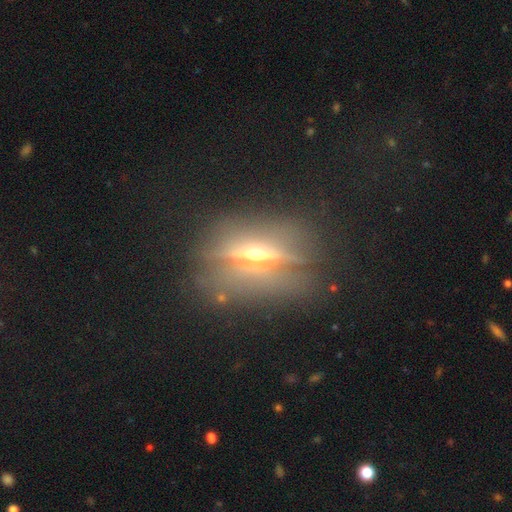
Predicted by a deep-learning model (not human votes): The model was most divided on "smooth or featured": featured or disk: 71%, smooth: 16%, star or artifact: 13%. More confident: edge-on bulge — rounded (93%); edge-on disk — yes (83%); merging — none (74%).